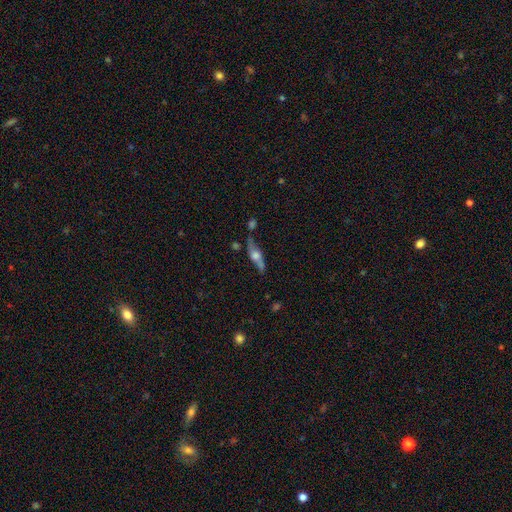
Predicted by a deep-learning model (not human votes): Q: Smooth or featured?
A: featured or disk (62%); runner-up: smooth (30%)
Q: Edge-on disk?
A: yes (70%); runner-up: no (30%)
Q: Merging?
A: none (58%); runner-up: minor disturbance (22%)